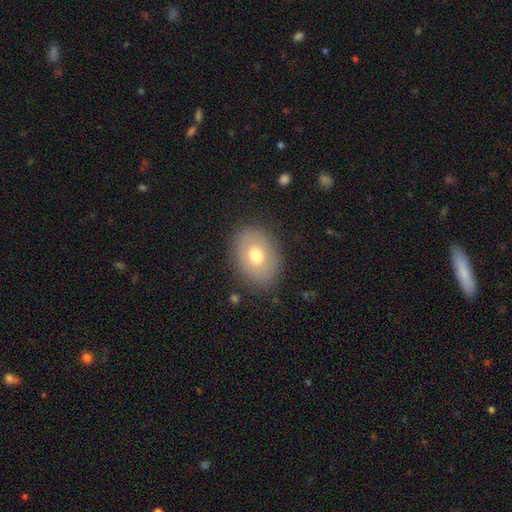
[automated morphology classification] Smooth or featured? smooth (64%)
How rounded? in between (69%)
Merging? none (83%)